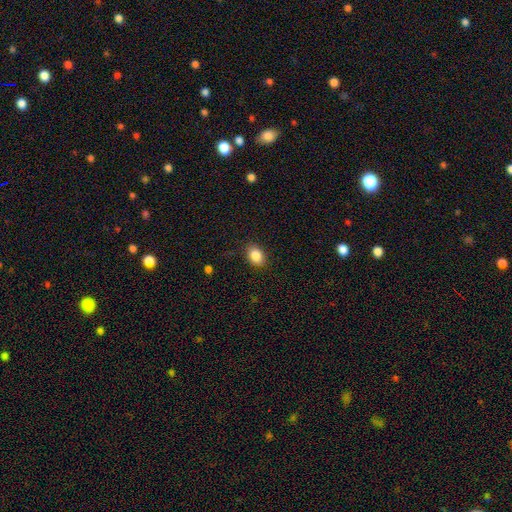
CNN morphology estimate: Smooth or featured? Predicted: smooth (p=0.86). How rounded? Predicted: in between (p=0.70). Merging? Predicted: none (p=0.86).